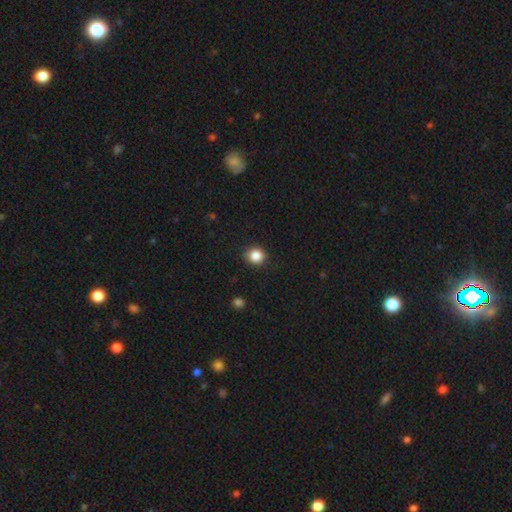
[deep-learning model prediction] smooth-or-featured: smooth: 85% | star or artifact: 11% | featured or disk: 4%
  how-rounded: round: 87% | in between: 13% | cigar-shaped: 1%
  merging: none: 88% | minor disturbance: 9% | major disturbance: 2% | merger: 1%